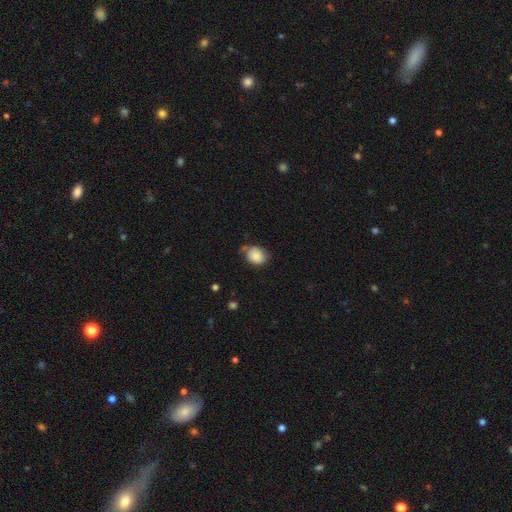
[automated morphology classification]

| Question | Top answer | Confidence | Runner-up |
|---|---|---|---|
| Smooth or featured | smooth | 74% | featured or disk (18%) |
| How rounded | round | 53% | in between (46%) |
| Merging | none | 50% | minor disturbance (34%) |